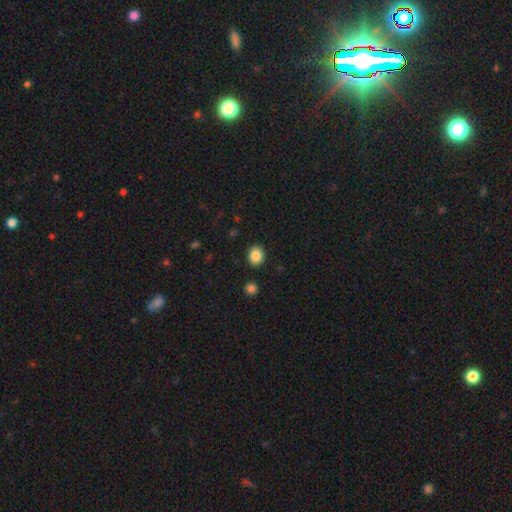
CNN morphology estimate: Smooth or featured: smooth — 86% (star or artifact — 9%)
How rounded: round — 66% (in between — 33%)
Merging: none — 90% (minor disturbance — 6%)